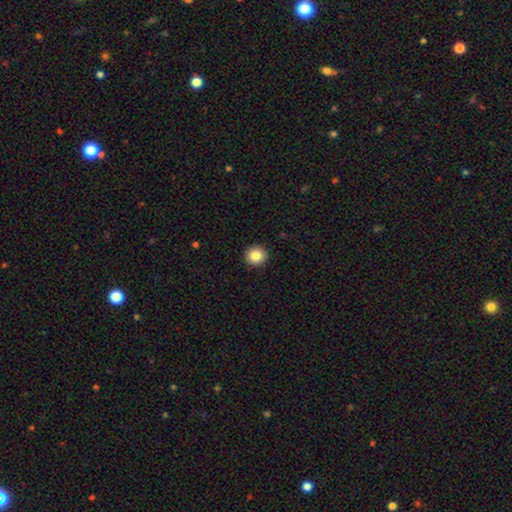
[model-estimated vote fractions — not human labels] Q: Smooth or featured?
A: smooth (84%); runner-up: star or artifact (10%)
Q: How rounded?
A: round (92%); runner-up: in between (7%)
Q: Merging?
A: none (93%); runner-up: minor disturbance (5%)